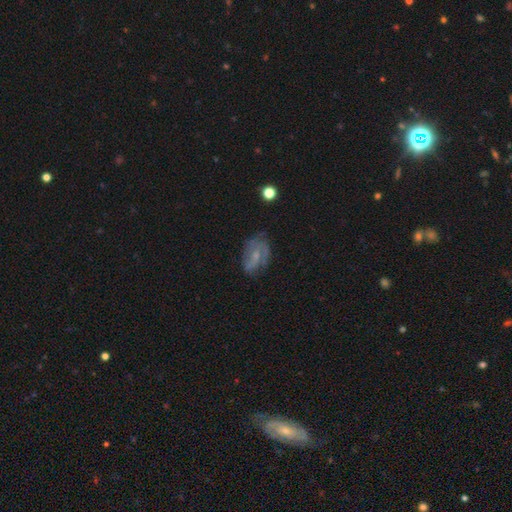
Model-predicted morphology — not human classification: This appears to be a featured or disk galaxy (62%) with no bar (52%), spiral arms (78%) and a small central bulge (56%). Merging: none (59%).